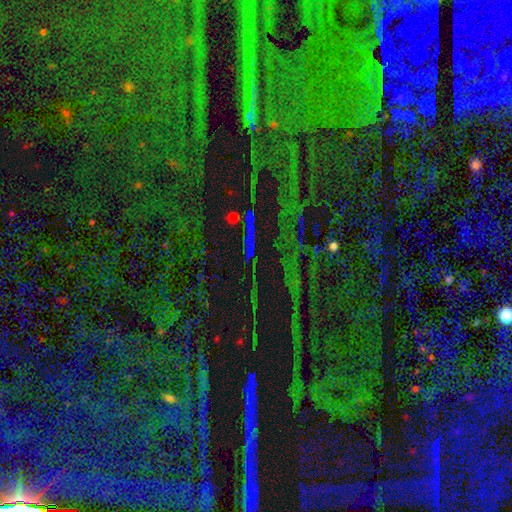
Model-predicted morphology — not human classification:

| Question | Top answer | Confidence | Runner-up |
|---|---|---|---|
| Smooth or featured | star or artifact | 71% | smooth (16%) |